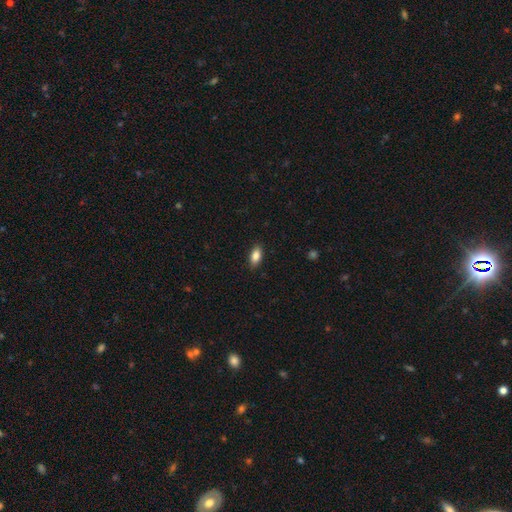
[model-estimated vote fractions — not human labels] Smooth or featured? smooth (86%)
How rounded? in between (88%)
Merging? none (88%)